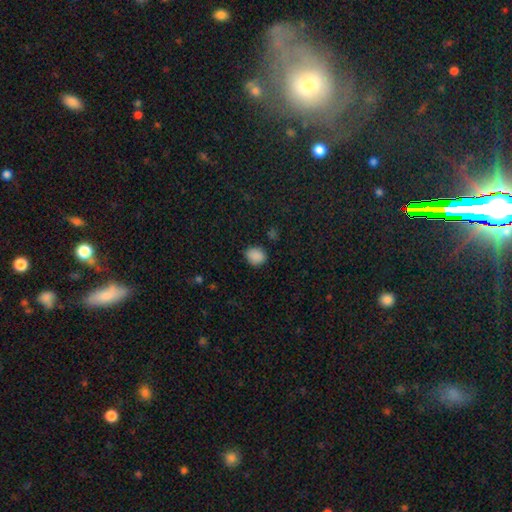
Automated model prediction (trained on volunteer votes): smooth-or-featured: smooth: 86% | star or artifact: 10% | featured or disk: 3%
  how-rounded: round: 65% | in between: 34% | cigar-shaped: 1%
  merging: none: 80% | minor disturbance: 15% | major disturbance: 3% | merger: 2%